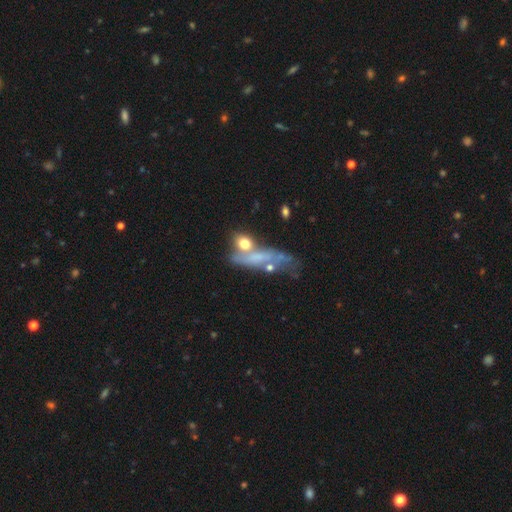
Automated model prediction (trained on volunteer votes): Morphology: type=featured or disk (51%); edge-on=no (70%); merging=merger (30%).